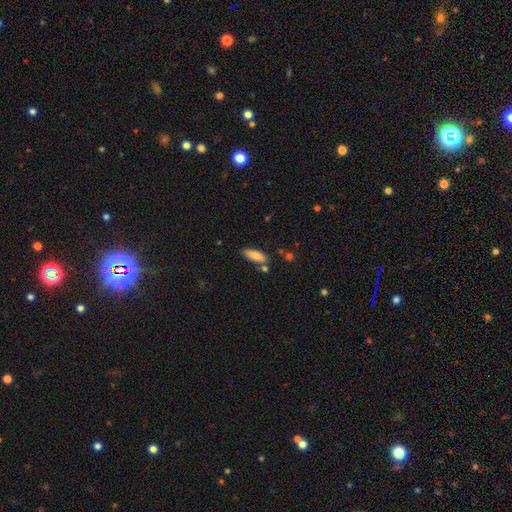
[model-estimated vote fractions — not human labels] Smooth or featured?
  - smooth: 82% *
  - featured or disk: 11%
  - star or artifact: 7%
How rounded?
  - in between: 68% *
  - cigar-shaped: 30%
  - round: 2%
Merging?
  - none: 75% *
  - minor disturbance: 14%
  - merger: 8%
  - major disturbance: 3%